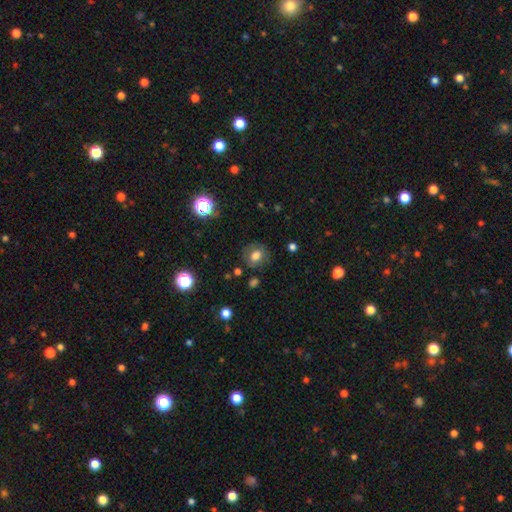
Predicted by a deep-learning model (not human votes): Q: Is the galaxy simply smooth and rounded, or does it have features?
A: smooth — 69%.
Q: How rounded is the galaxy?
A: round — 64%.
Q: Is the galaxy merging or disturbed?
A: none — 76%.